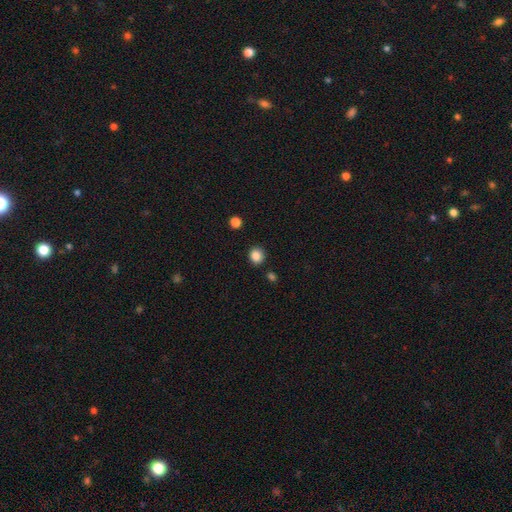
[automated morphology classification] type=smooth (85%); roundness=round (84%); merging=none (88%).